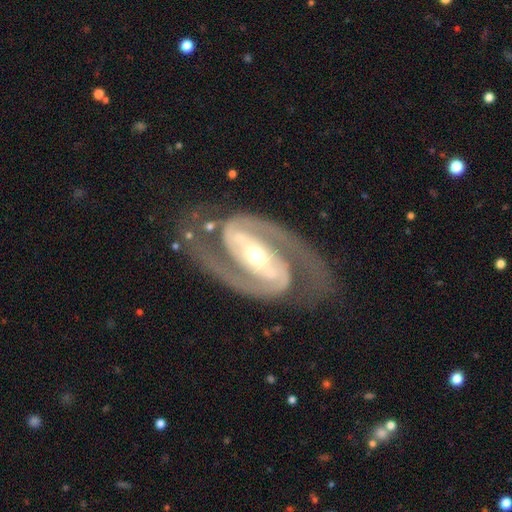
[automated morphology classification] This appears to be a featured or disk galaxy (94%) with a strong bar (66%), 2 (94%) medium (54%) spiral arms (99%) and a moderate central bulge (59%). Merging: none (74%).